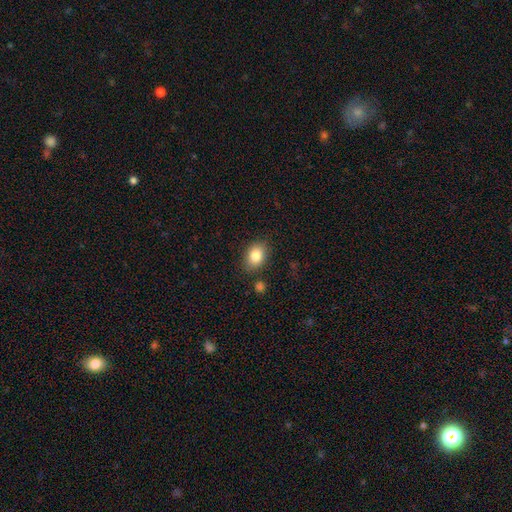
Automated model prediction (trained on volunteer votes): Q: Smooth or featured?
A: smooth (84%); runner-up: star or artifact (9%)
Q: How rounded?
A: in between (71%); runner-up: round (28%)
Q: Merging?
A: none (82%); runner-up: minor disturbance (11%)